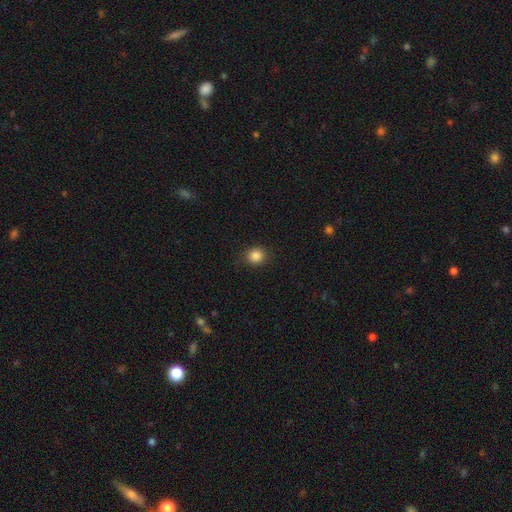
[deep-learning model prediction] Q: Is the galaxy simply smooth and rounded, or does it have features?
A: smooth — 86%.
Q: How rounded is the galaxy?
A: round — 79%.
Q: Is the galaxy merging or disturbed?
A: none — 87%.